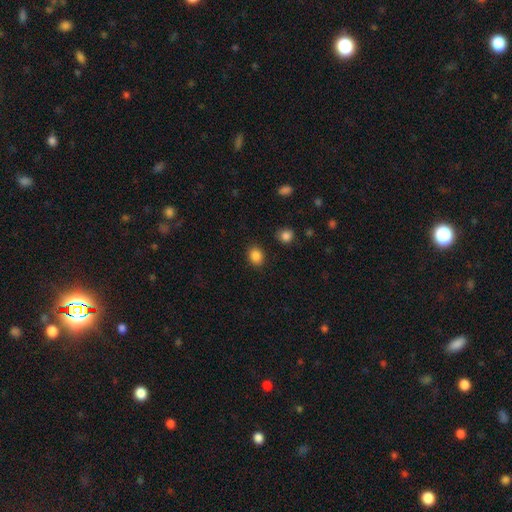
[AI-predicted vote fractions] This appears to be a smooth galaxy with no disk features (86%) that is round (55%). Merging: none (87%).